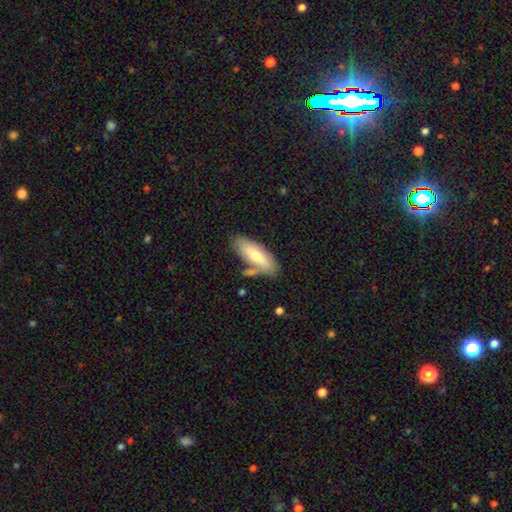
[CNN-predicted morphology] Overall: smooth (62%; featured or disk 32%). How rounded: in between (62%; cigar-shaped 36%). Merging: none (66%).